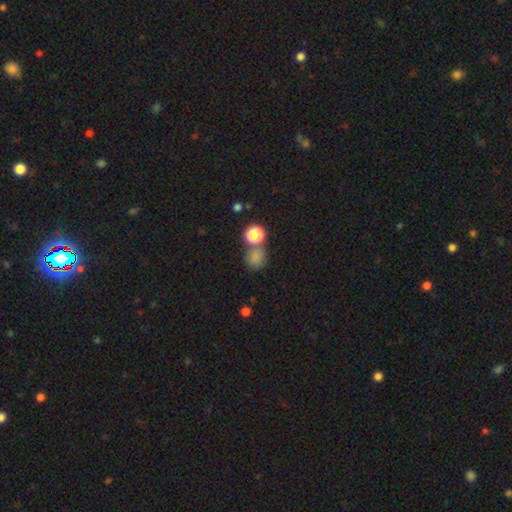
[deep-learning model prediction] This appears to be a smooth galaxy with no disk features (74%) that is round (83%). Merging: none (62%).